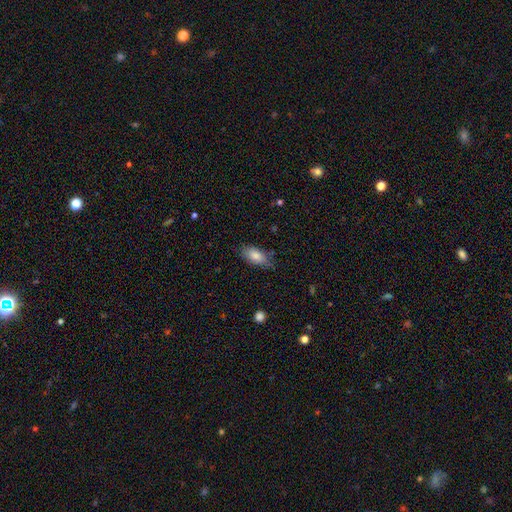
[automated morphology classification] Smooth or featured? Predicted: smooth (p=0.82). How rounded? Predicted: in between (p=0.90). Merging? Predicted: none (p=0.69).